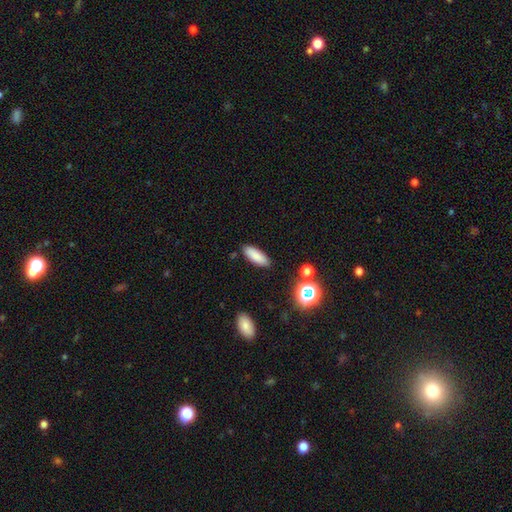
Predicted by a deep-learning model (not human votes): smooth 85%, star or artifact 9%, featured or disk 6%. Down the decision tree: how rounded — in between (66%); merging — none (87%).